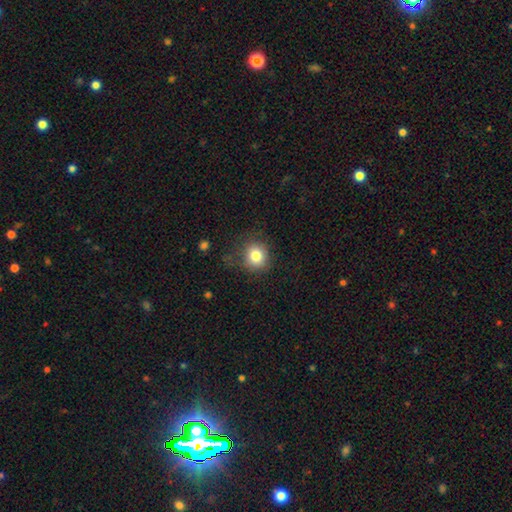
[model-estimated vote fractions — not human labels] smooth 81%, star or artifact 11%, featured or disk 8%. Down the decision tree: how rounded — round (85%); merging — none (75%).